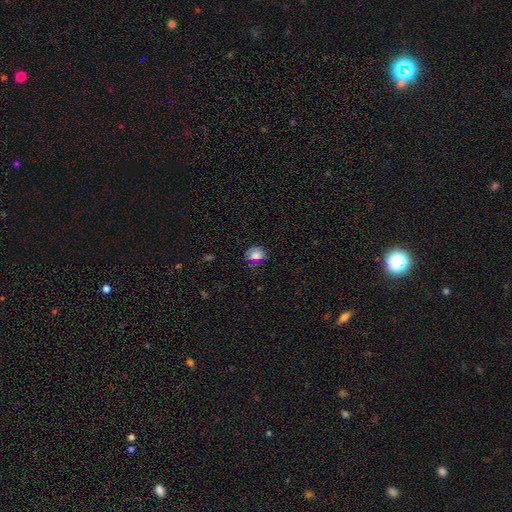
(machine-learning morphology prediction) Smooth or featured?
  - smooth: 78% *
  - star or artifact: 12%
  - featured or disk: 10%
How rounded?
  - round: 61% *
  - in between: 38%
  - cigar-shaped: 1%
Merging?
  - none: 61% *
  - minor disturbance: 27%
  - major disturbance: 10%
  - merger: 2%